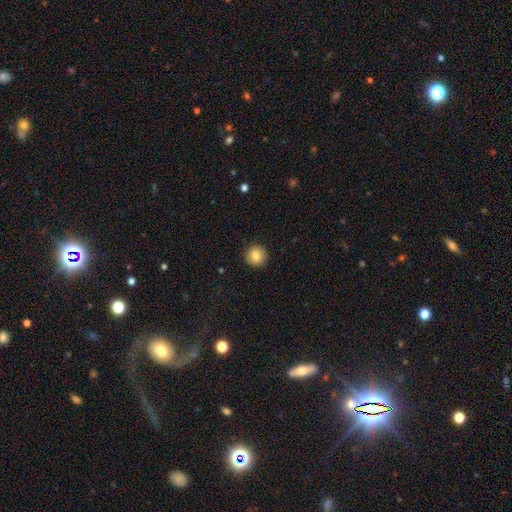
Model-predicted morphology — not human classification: smooth_or_featured: smooth (p=0.83) [alt: star or artifact p=0.09]
how_rounded: round (p=0.94) [alt: in between p=0.05]
merging: none (p=0.91) [alt: minor disturbance p=0.06]